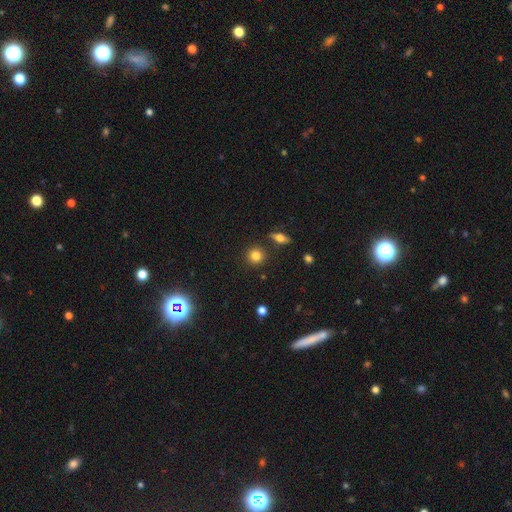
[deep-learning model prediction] This appears to be a smooth galaxy with no disk features (81%) that is round (91%). Merging: none (87%).